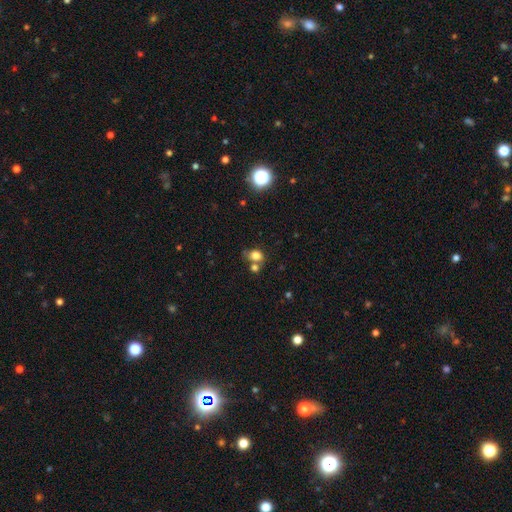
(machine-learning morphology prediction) Overall: smooth (78%). How rounded: round (50%; in between 49%). Merging: none (46%; merger 33%).